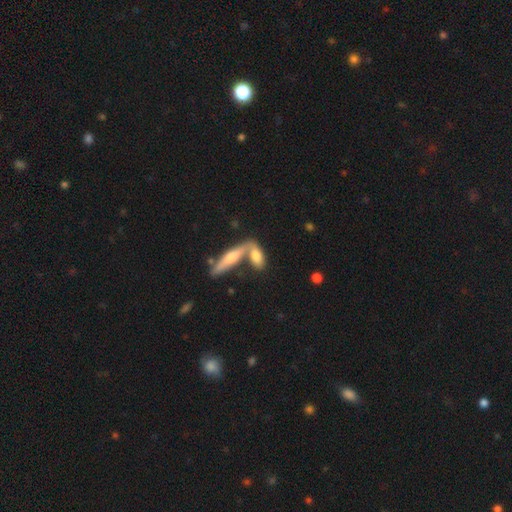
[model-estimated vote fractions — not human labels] Q: Smooth or featured?
A: smooth (67%); runner-up: featured or disk (26%)
Q: How rounded?
A: in between (65%); runner-up: cigar-shaped (31%)
Q: Merging?
A: merger (48%); runner-up: none (38%)